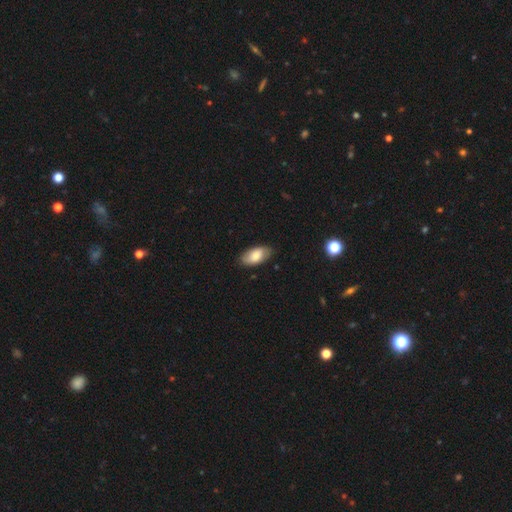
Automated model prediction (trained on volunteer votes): Overall: smooth (71%). How rounded: in between (94%). Merging: none (83%).